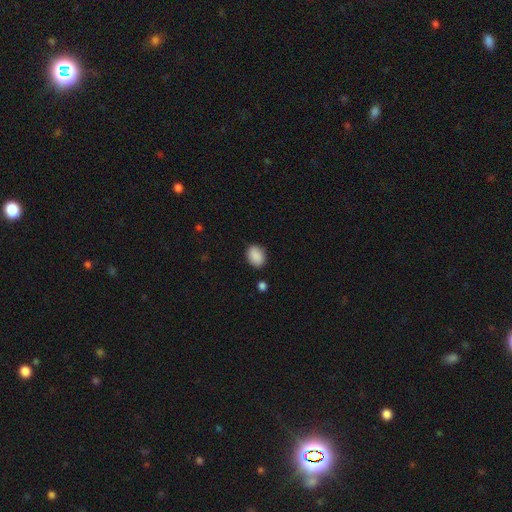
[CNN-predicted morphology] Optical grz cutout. It shows a smooth galaxy with no disk features (89%) that is in between round and cigar-shaped (71%). Merging: none (85%).